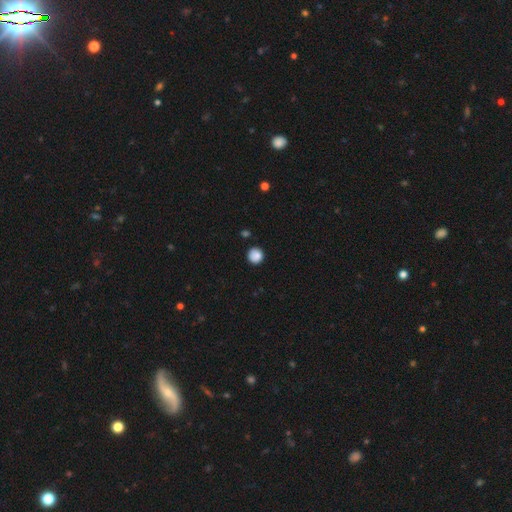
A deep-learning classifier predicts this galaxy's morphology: Q: Smooth or featured?
A: smooth (87%); runner-up: star or artifact (9%)
Q: How rounded?
A: round (94%); runner-up: in between (5%)
Q: Merging?
A: none (88%); runner-up: minor disturbance (8%)